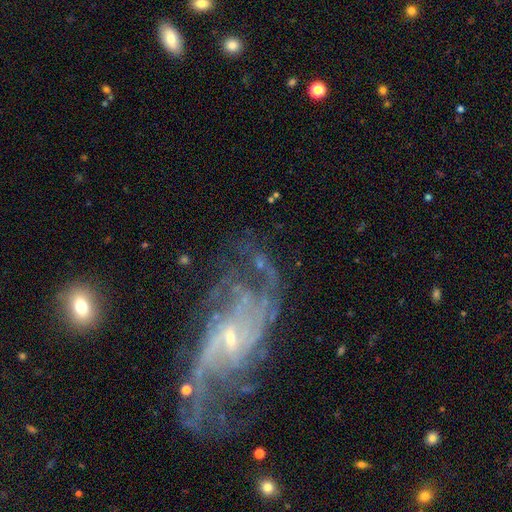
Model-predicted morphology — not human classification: Overall: featured or disk (85%). Edge-on disk: no (95%). Bar: no (44%; weak 42%). Spiral arms: yes (93%). Spiral arm count: 2 (29%; can't tell 28%). Spiral winding: loose (39%, tied with medium). Bulge size: small (76%). Merging: none (52%; major disturbance 24%).